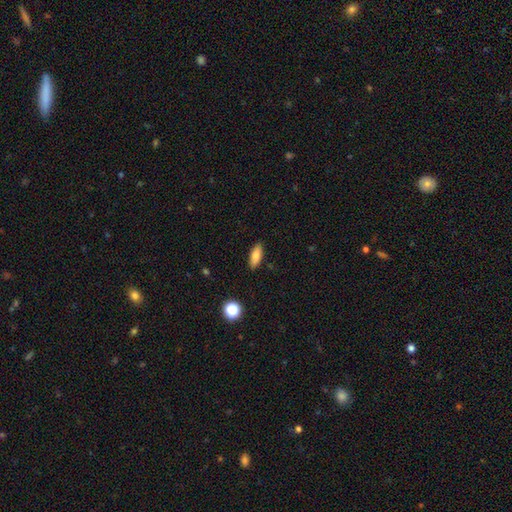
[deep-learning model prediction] Smooth or featured: smooth — 80% (featured or disk — 12%)
How rounded: in between — 71% (cigar-shaped — 26%)
Merging: none — 88% (minor disturbance — 9%)